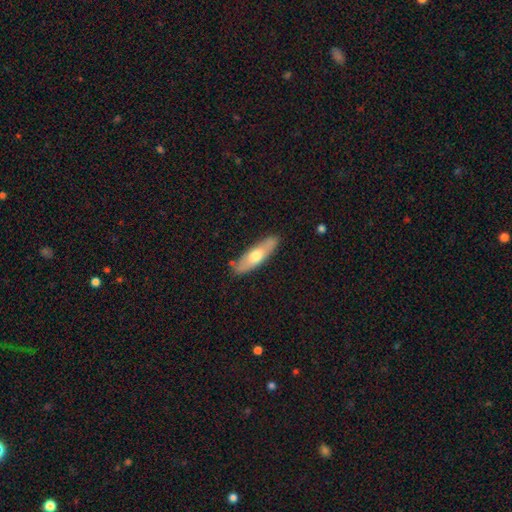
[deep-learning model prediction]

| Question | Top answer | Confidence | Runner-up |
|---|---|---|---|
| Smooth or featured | smooth | 59% | featured or disk (35%) |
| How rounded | cigar-shaped | 56% | in between (42%) |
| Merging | none | 83% | minor disturbance (12%) |